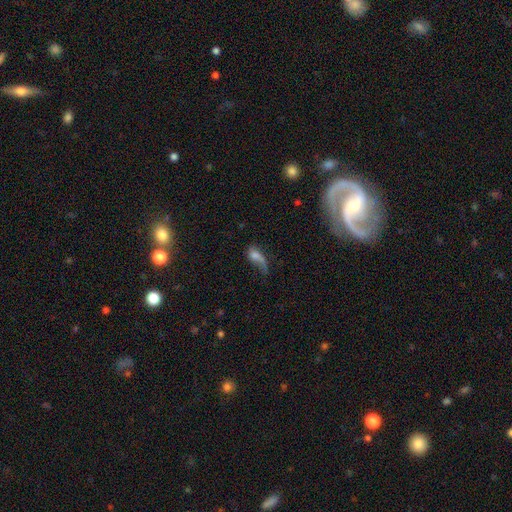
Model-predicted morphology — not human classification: This appears to be a smooth galaxy with no disk features (56%) that is in between round and cigar-shaped (74%). Merging: major disturbance (46%).